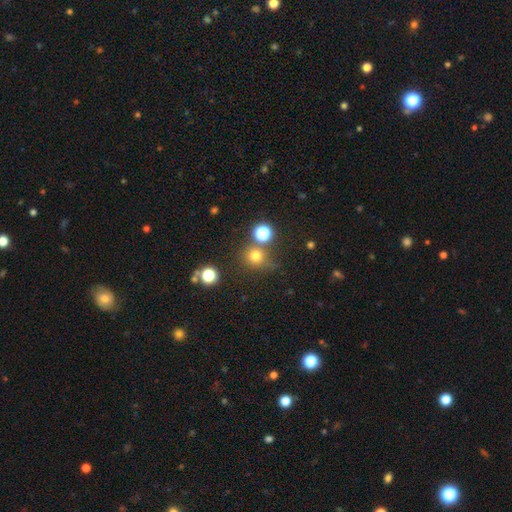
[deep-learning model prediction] This is likely a smooth galaxy (73%). How rounded: clearly round (89%). Merging: likely none (69%).